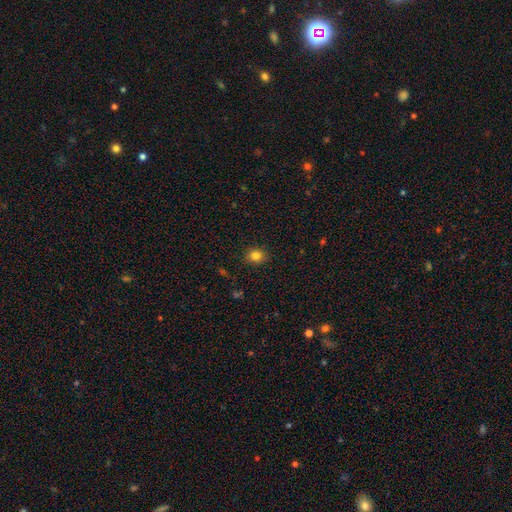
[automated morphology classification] A smooth galaxy with no disk features (82%) that is round (71%).

Vote fractions:
- Smooth or featured? smooth: 82% / star or artifact: 12% / featured or disk: 6%
- How rounded? round: 71% / in between: 28% / cigar-shaped: 1%
- Merging? none: 88% / minor disturbance: 8% / major disturbance: 2% / merger: 1%